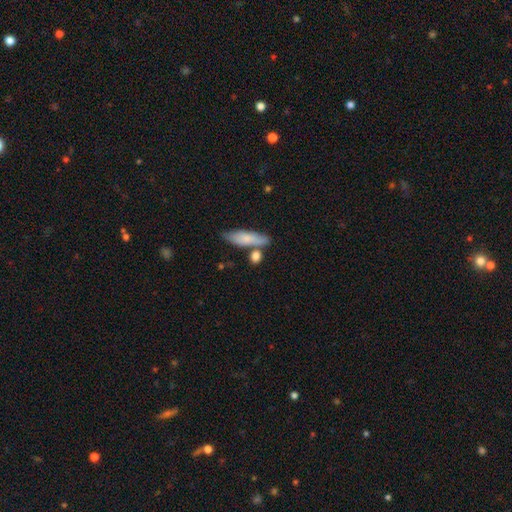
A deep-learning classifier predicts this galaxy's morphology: Q: Smooth or featured?
A: smooth (80%); runner-up: featured or disk (13%)
Q: How rounded?
A: in between (40%); runner-up: round (32%)
Q: Merging?
A: none (63%); runner-up: merger (19%)